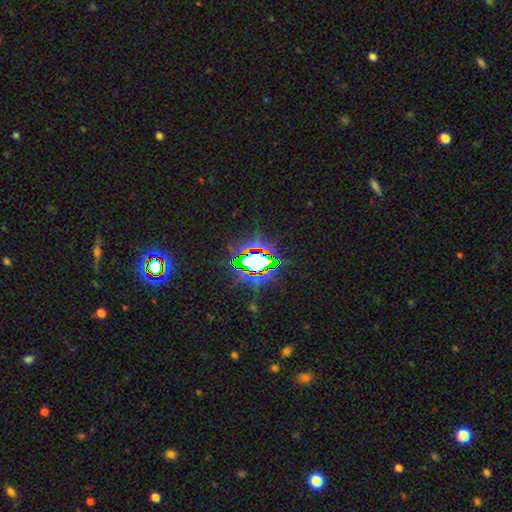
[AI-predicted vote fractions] Smooth or featured? star or artifact (80%)